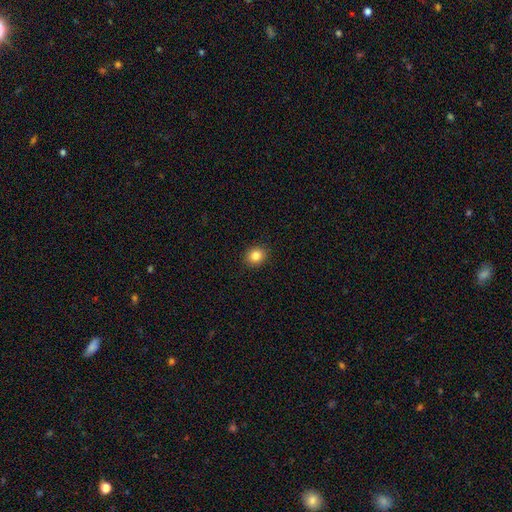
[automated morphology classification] Smooth or featured? smooth (84%)
How rounded? round (73%)
Merging? none (91%)